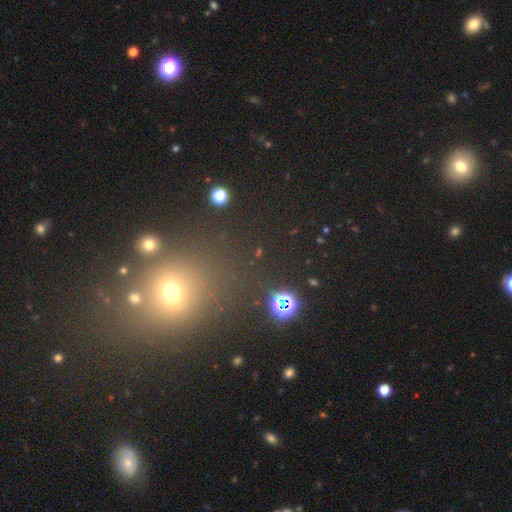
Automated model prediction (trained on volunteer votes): smooth_or_featured: smooth (p=0.47) [alt: star or artifact p=0.44]
merging: none (p=0.79) [alt: minor disturbance p=0.10]